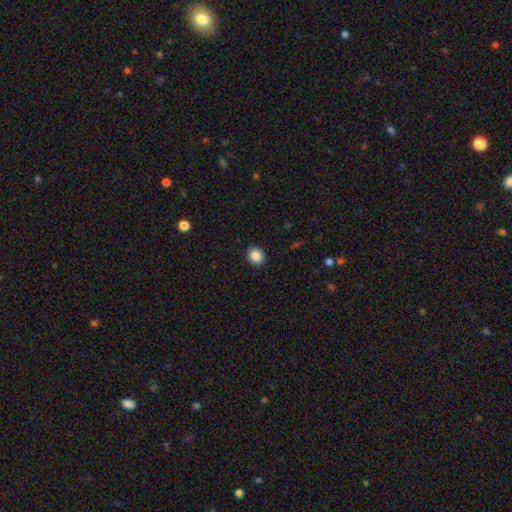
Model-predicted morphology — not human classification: smooth_or_featured: smooth (p=0.88) [alt: star or artifact p=0.09]
how_rounded: round (p=0.79) [alt: in between p=0.20]
merging: none (p=0.91) [alt: minor disturbance p=0.06]